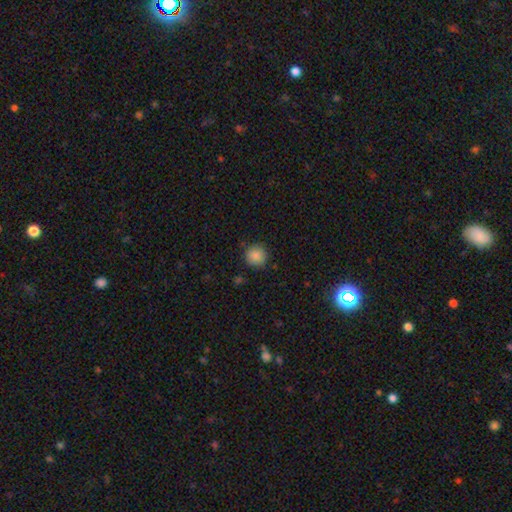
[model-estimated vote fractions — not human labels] This is clearly a smooth galaxy (87%). How rounded: clearly round (94%). Merging: clearly none (89%).